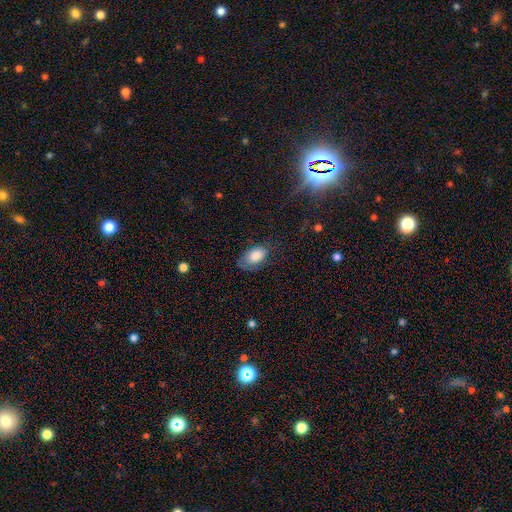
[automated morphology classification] Smooth or featured? smooth (80%)
How rounded? in between (93%)
Merging? none (62%)